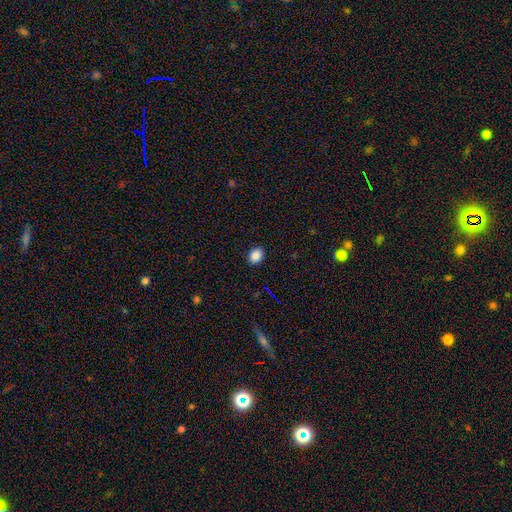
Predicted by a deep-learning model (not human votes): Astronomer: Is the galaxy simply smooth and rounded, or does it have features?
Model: smooth — 86%.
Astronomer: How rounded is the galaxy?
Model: in between — 65%.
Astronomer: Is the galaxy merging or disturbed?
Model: none — 89%.